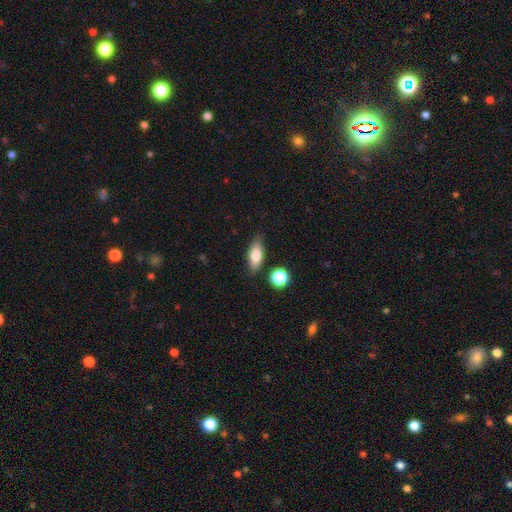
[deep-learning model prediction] Overall: smooth (78%). How rounded: in between (78%). Merging: none (79%).